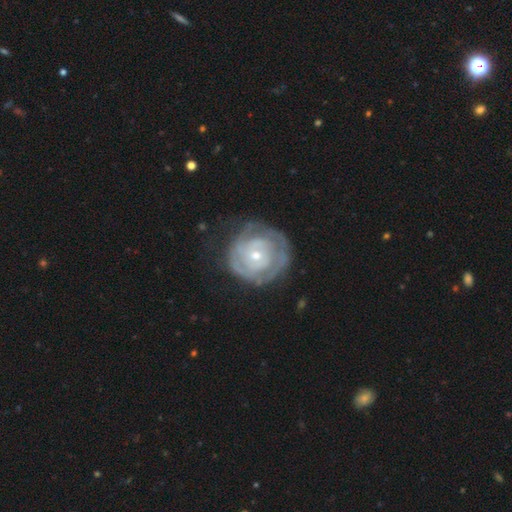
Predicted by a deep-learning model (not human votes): smooth_or_featured: featured or disk (p=0.77) [alt: smooth p=0.18]
disk_edge_on: no (p=0.97) [alt: yes p=0.03]
bar: no (p=0.76) [alt: weak p=0.20]
has_spiral_arms: yes (p=0.80) [alt: no p=0.20]
spiral_winding: tight (p=0.75) [alt: medium p=0.18]
spiral_arm_count: can't tell (p=0.49) [alt: 2 p=0.23]
bulge_size: small (p=0.52) [alt: moderate p=0.43]
merging: none (p=0.63) [alt: minor disturbance p=0.21]